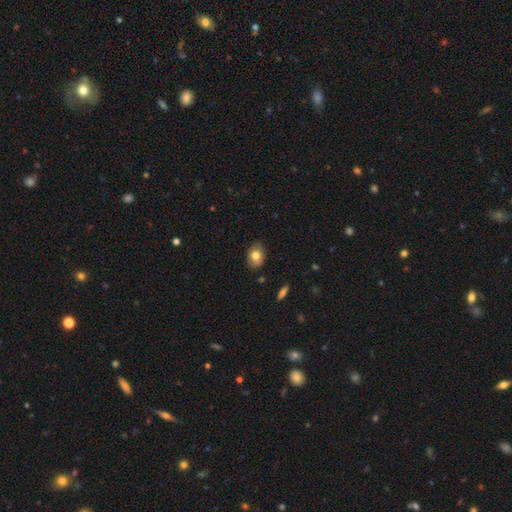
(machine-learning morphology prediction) Smooth or featured?
  - smooth: 75% *
  - featured or disk: 17%
  - star or artifact: 8%
How rounded?
  - in between: 76% *
  - round: 22%
  - cigar-shaped: 1%
Merging?
  - none: 81% *
  - minor disturbance: 15%
  - major disturbance: 3%
  - merger: 1%